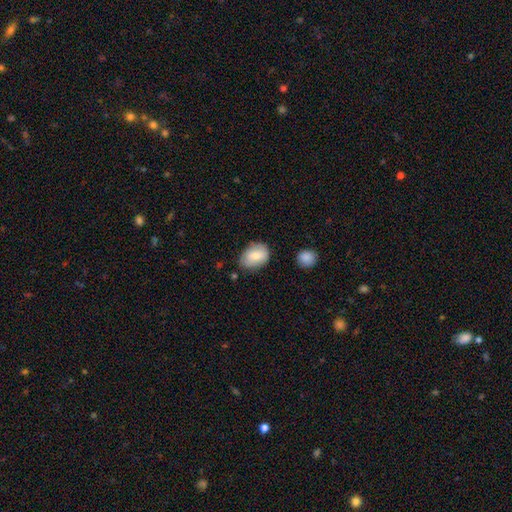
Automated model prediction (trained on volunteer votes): A smooth galaxy with no disk features (77%) that is in between round and cigar-shaped (78%). Merging: none (72%).